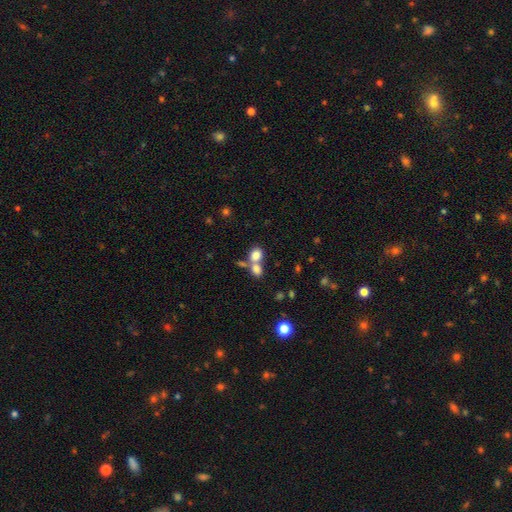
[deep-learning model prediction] Smooth or featured? Predicted: smooth (p=0.78). How rounded? Predicted: round (p=0.54). Merging? Predicted: merger (p=0.56).